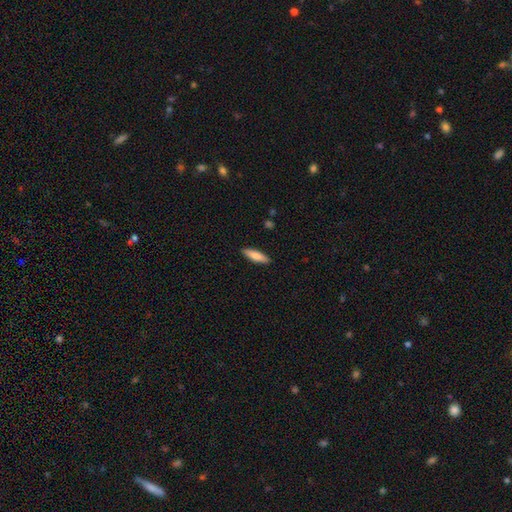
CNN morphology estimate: Q: Smooth or featured?
A: smooth (79%); runner-up: featured or disk (16%)
Q: How rounded?
A: cigar-shaped (63%); runner-up: in between (36%)
Q: Merging?
A: none (89%); runner-up: minor disturbance (8%)